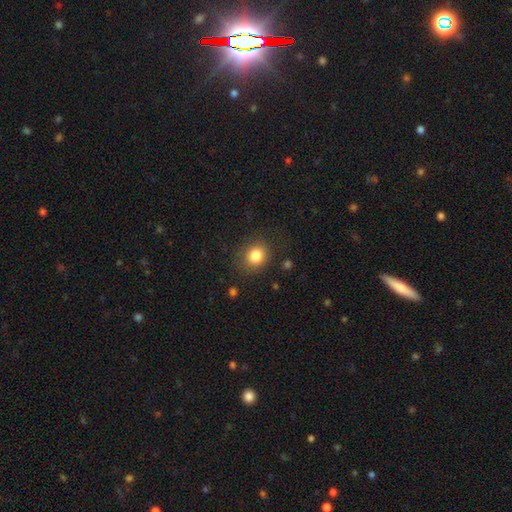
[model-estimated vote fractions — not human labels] Smooth or featured? smooth (83%)
How rounded? round (71%)
Merging? none (81%)